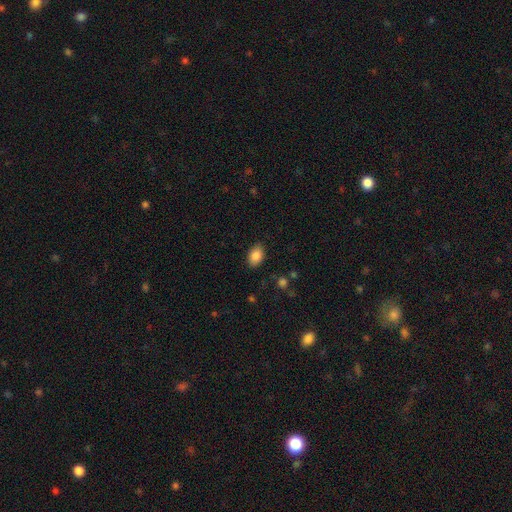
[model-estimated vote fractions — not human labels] Morphology: type=smooth (86%); roundness=in between (85%); merging=none (86%).